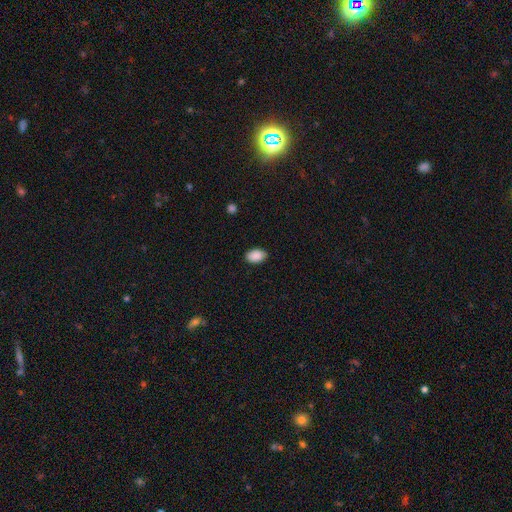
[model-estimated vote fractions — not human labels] This appears to be a smooth galaxy with no disk features (90%) that is in between round and cigar-shaped (90%). Merging: none (88%).